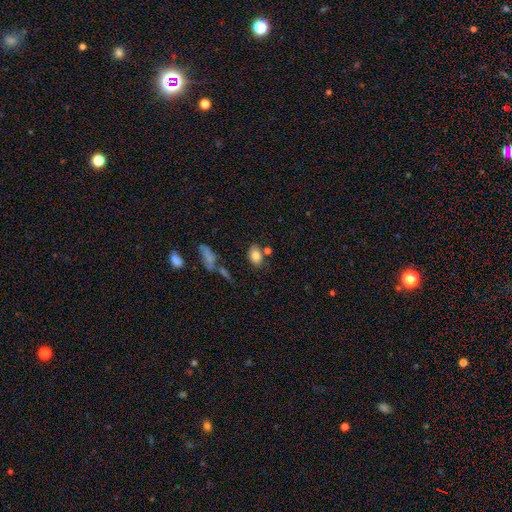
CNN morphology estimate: This is clearly a smooth galaxy (81%). How rounded: likely in between (80%). Merging: likely none (66%).